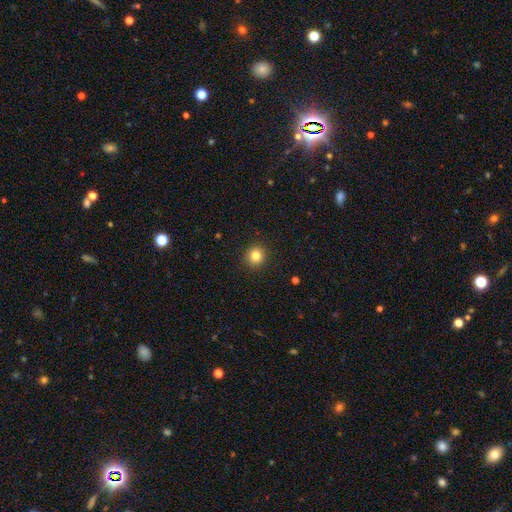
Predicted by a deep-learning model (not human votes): smooth 83%, star or artifact 11%, featured or disk 6%. Down the decision tree: how rounded — round (92%); merging — none (92%).